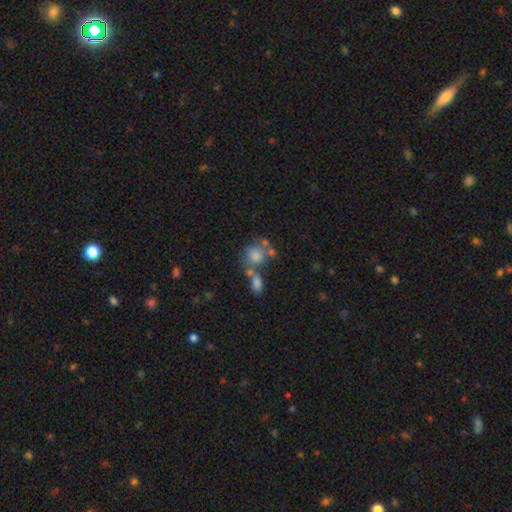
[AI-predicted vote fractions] smooth 74%, featured or disk 16%, star or artifact 10%. Down the decision tree: how rounded — round (72%); merging — none (40%).